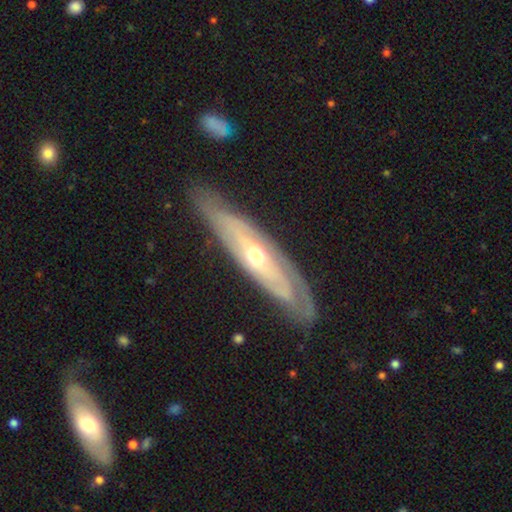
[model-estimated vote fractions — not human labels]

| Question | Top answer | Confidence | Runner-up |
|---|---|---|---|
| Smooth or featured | featured or disk | 79% | smooth (15%) |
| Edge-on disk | no | 59% | yes (41%) |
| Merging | none | 79% | minor disturbance (16%) |